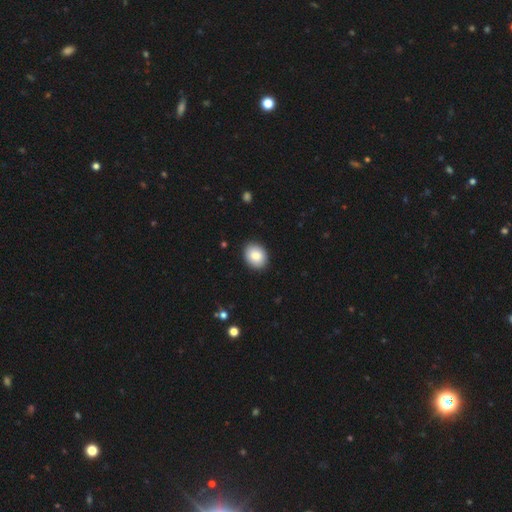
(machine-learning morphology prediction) smooth-or-featured: smooth: 86% | star or artifact: 7% | featured or disk: 7%
  how-rounded: in between: 57% | round: 42% | cigar-shaped: 1%
  merging: none: 90% | minor disturbance: 7% | major disturbance: 2% | merger: 1%